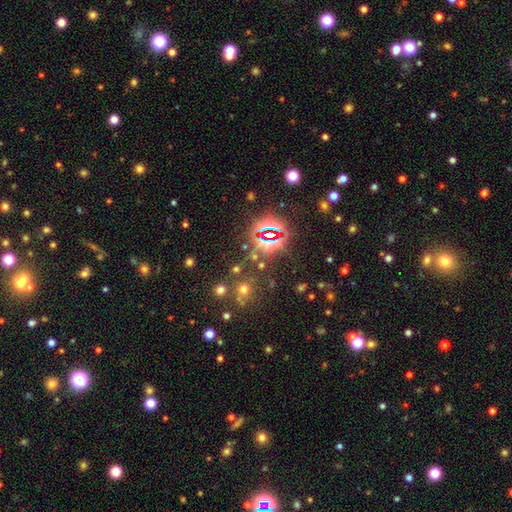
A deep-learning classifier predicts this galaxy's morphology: A star or artifact, not a galaxy (67%).